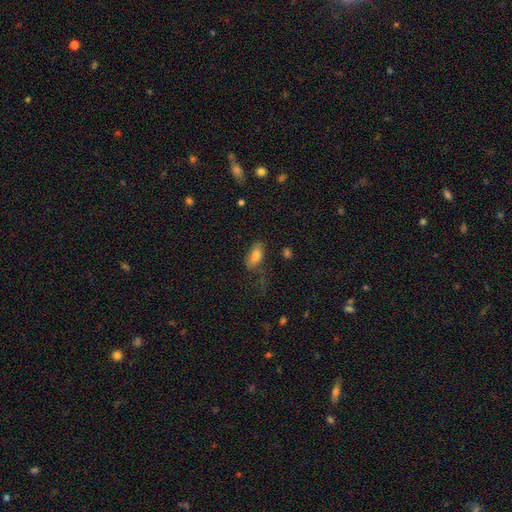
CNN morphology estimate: Q: Smooth or featured?
A: smooth (79%); runner-up: featured or disk (12%)
Q: How rounded?
A: in between (86%); runner-up: cigar-shaped (11%)
Q: Merging?
A: none (57%); runner-up: minor disturbance (23%)